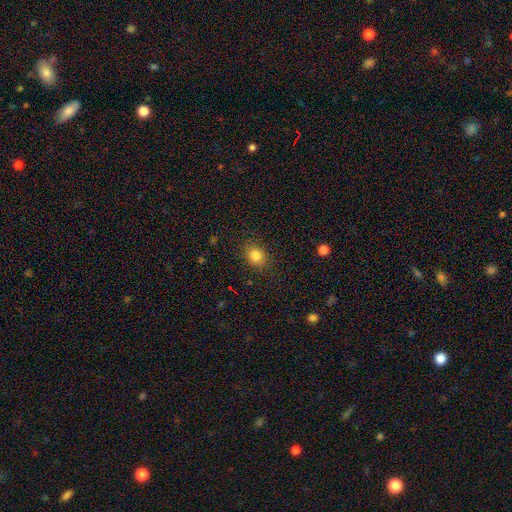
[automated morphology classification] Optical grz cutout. It shows a smooth galaxy with no disk features (84%) that is round (60%). Merging: none (85%).